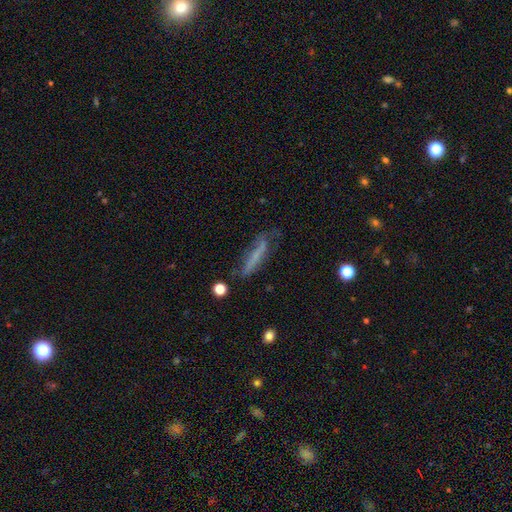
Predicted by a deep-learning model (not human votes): This is possibly a smooth galaxy (48%). Merging: possibly none (53%).